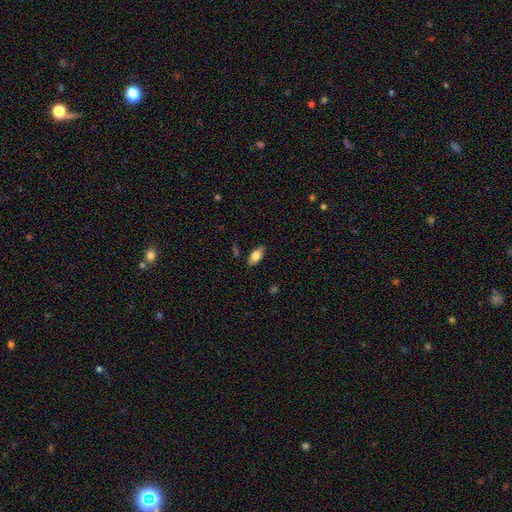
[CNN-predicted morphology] Smooth or featured? Predicted: smooth (p=0.76). How rounded? Predicted: in between (p=0.88). Merging? Predicted: none (p=0.86).